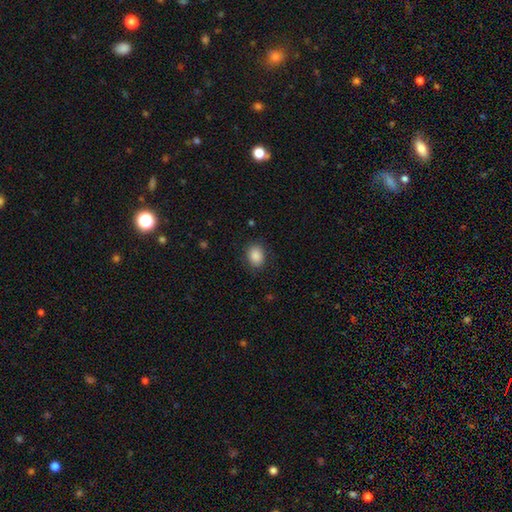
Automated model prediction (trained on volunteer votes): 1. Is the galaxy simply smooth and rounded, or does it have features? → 88% smooth, 8% star or artifact, 4% featured or disk.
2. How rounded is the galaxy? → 61% in between, 38% round, 1% cigar-shaped.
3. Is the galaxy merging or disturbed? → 85% none, 10% minor disturbance, 3% major disturbance, 1% merger.